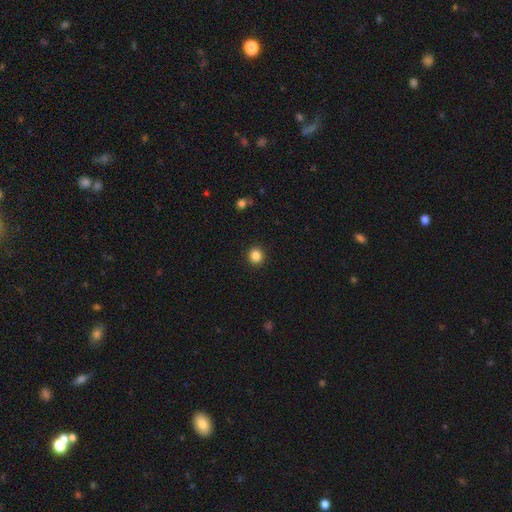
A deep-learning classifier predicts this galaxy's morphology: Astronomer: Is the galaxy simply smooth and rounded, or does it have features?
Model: smooth — 86%.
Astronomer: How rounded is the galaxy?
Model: round — 88%.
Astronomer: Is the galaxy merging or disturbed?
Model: none — 92%.